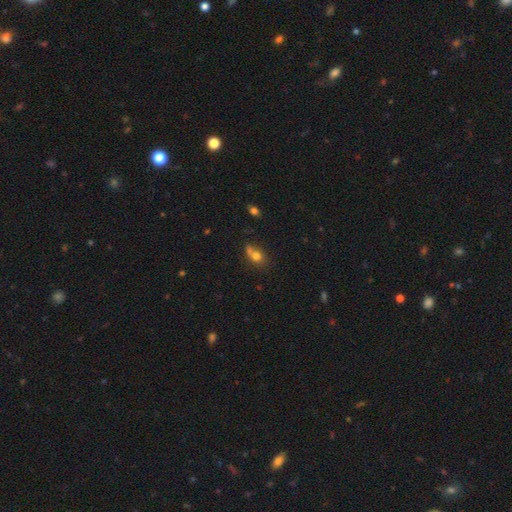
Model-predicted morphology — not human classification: type=smooth (73%); roundness=in between (59%); merging=none (42%).